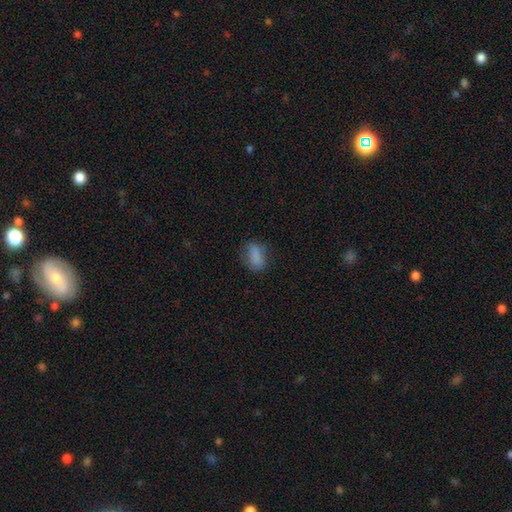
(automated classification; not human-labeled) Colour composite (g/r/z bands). It shows a smooth galaxy with no disk features (84%) that is in between round and cigar-shaped (85%). Merging: none (74%).